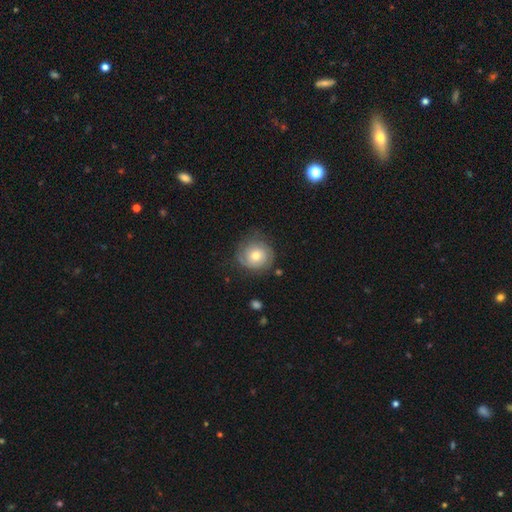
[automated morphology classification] Smooth or featured? Predicted: featured or disk (p=0.52). Edge-on disk? Predicted: no (p=0.97). Bar? Predicted: no (p=0.79). Spiral arms? Predicted: yes (p=0.82). Bulge size? Predicted: moderate (p=0.70). Merging? Predicted: none (p=0.72).